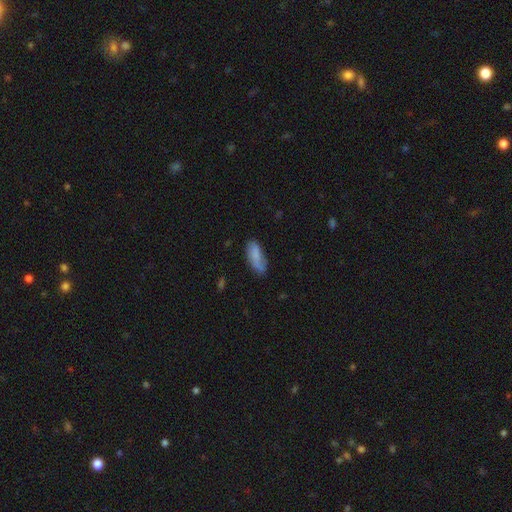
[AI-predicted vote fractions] Smooth or featured: smooth — 73% (featured or disk — 20%)
How rounded: in between — 79% (cigar-shaped — 19%)
Merging: none — 60% (minor disturbance — 28%)